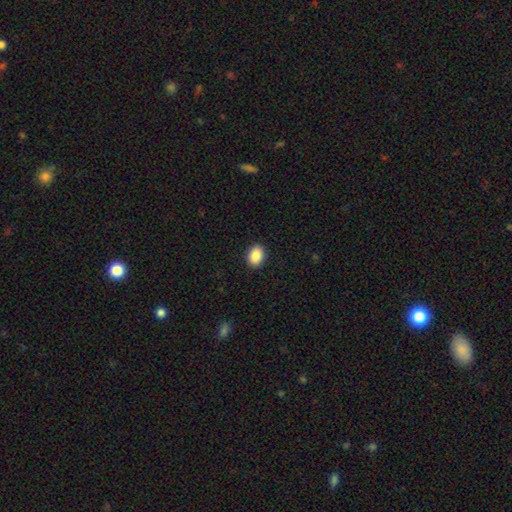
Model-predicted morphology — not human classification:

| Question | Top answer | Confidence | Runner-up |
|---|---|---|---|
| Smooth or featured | smooth | 90% | star or artifact (7%) |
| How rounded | in between | 76% | round (23%) |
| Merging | none | 91% | minor disturbance (7%) |